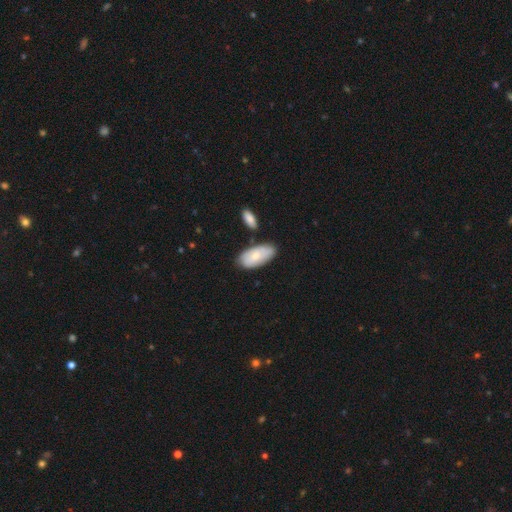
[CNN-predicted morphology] Smooth or featured? smooth (72%)
How rounded? in between (93%)
Merging? none (68%)